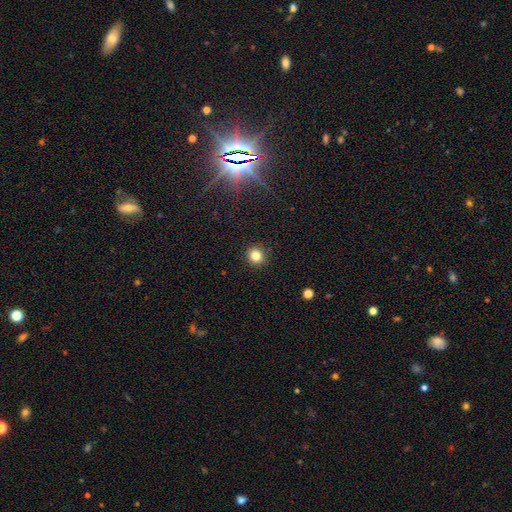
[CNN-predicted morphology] A smooth galaxy with no disk features (83%) that is round (88%).

Vote fractions:
- Smooth or featured? smooth: 83% / star or artifact: 12% / featured or disk: 5%
- How rounded? round: 88% / in between: 11% / cigar-shaped: 1%
- Merging? none: 91% / minor disturbance: 6% / major disturbance: 2% / merger: 1%